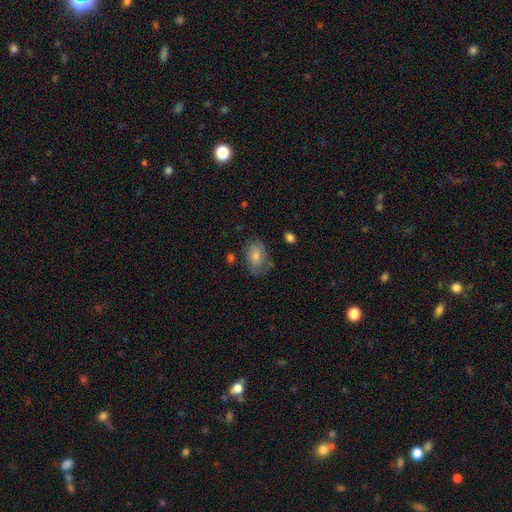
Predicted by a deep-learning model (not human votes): This appears to be a smooth galaxy with no disk features (49%). Merging: none (64%).